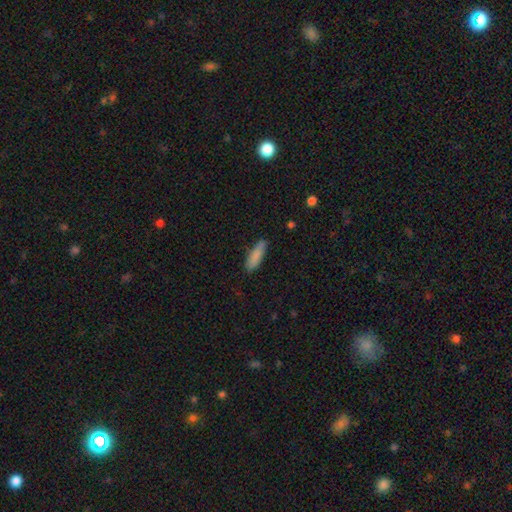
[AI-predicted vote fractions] Q: Smooth or featured?
A: smooth (84%); runner-up: featured or disk (9%)
Q: How rounded?
A: cigar-shaped (63%); runner-up: in between (35%)
Q: Merging?
A: none (77%); runner-up: minor disturbance (18%)